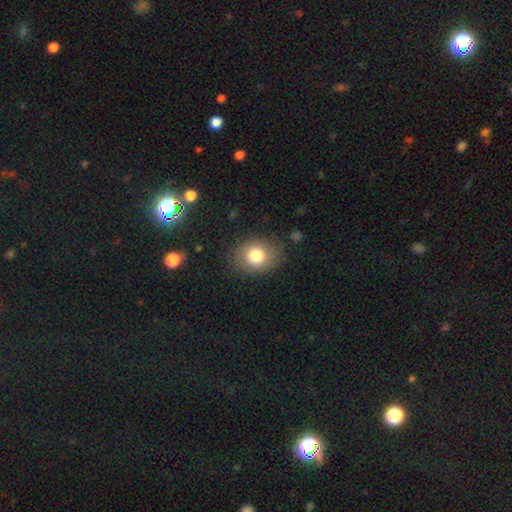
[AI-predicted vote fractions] smooth_or_featured: smooth (p=0.78) [alt: featured or disk p=0.12]
how_rounded: round (p=0.53) [alt: in between p=0.46]
merging: none (p=0.82) [alt: minor disturbance p=0.12]